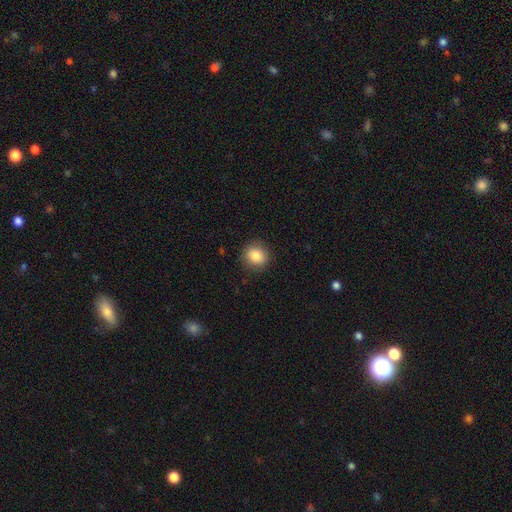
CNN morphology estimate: Q: Smooth or featured?
A: smooth (84%); runner-up: star or artifact (9%)
Q: How rounded?
A: round (87%); runner-up: in between (12%)
Q: Merging?
A: none (89%); runner-up: minor disturbance (8%)